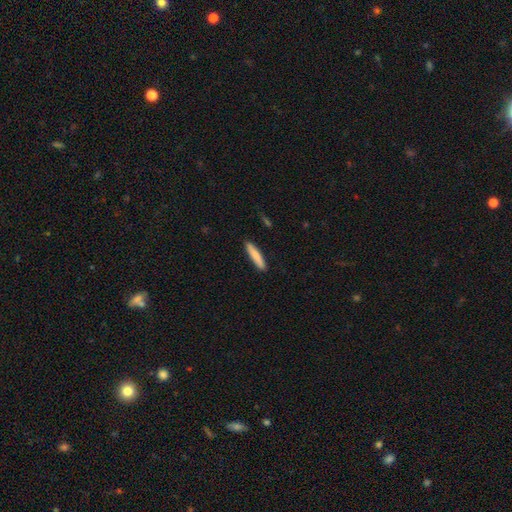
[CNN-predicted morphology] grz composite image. It shows a smooth galaxy with no disk features (82%) that is cigar-shaped (90%). Merging: none (90%).